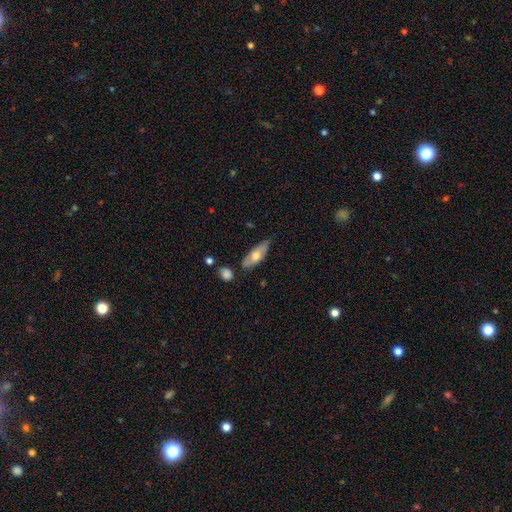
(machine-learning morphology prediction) The model was most divided on "smooth or featured": smooth: 61%, featured or disk: 33%, star or artifact: 6%. More confident: how rounded — in between (73%); merging — none (67%).